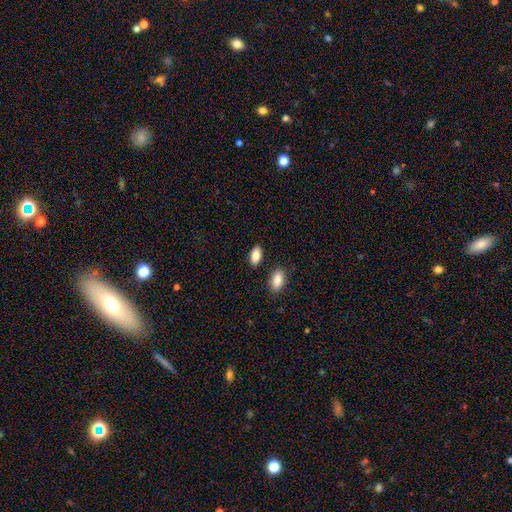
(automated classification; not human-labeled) Morphology: type=smooth (86%); roundness=in between (92%); merging=none (85%).